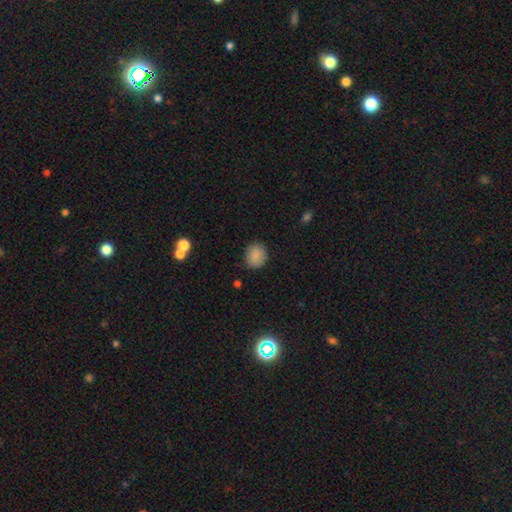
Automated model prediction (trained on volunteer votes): This appears to be a smooth galaxy with no disk features (87%) that is round (81%). Merging: none (88%).